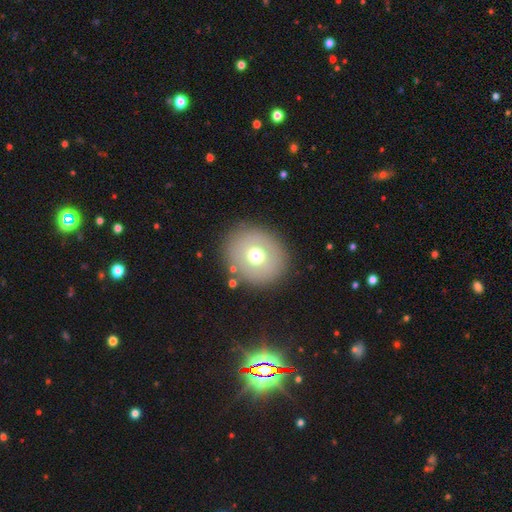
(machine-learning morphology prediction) This appears to be a smooth galaxy with no disk features (66%) that is round (78%). Merging: none (86%).